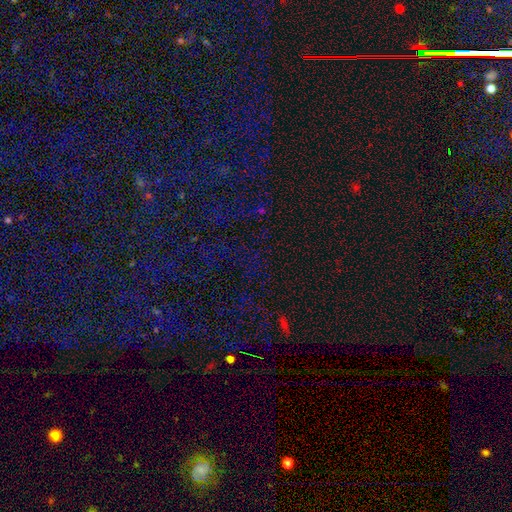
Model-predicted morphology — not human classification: Smooth or featured: star or artifact — 75% (smooth — 18%)